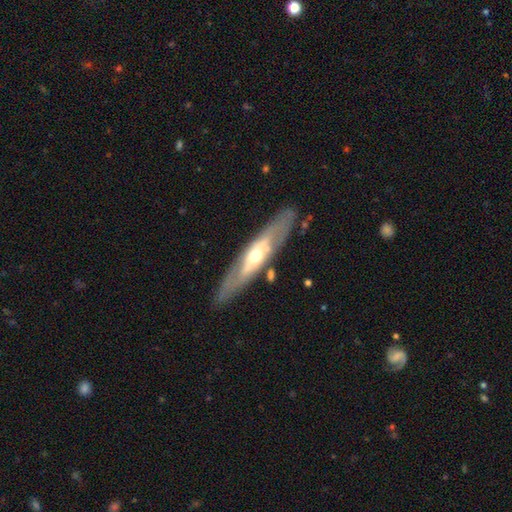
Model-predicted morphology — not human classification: The model was most divided on "edge-on disk": yes: 52%, no: 48%. More confident: merging — none (81%); smooth or featured — featured or disk (70%).